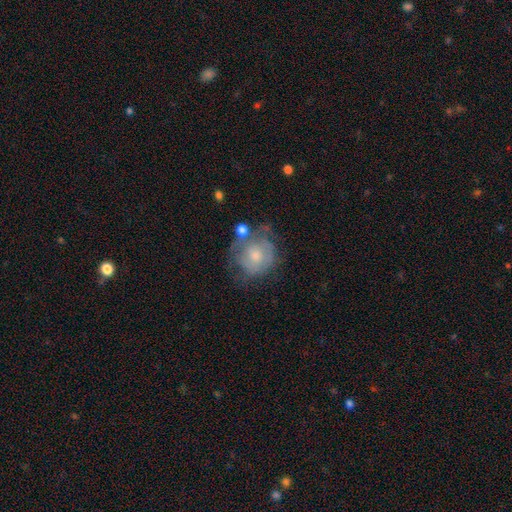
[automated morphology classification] Q: Smooth or featured?
A: featured or disk (49%); runner-up: smooth (43%)
Q: Merging?
A: none (45%); runner-up: minor disturbance (27%)